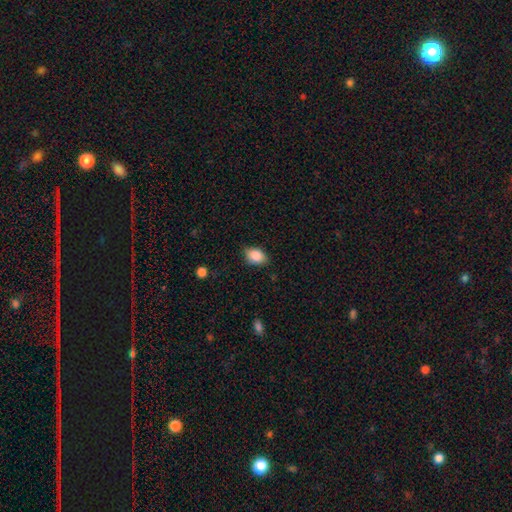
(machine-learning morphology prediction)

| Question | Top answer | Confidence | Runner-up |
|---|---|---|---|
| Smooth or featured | smooth | 86% | star or artifact (8%) |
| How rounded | in between | 81% | round (17%) |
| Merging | none | 81% | minor disturbance (15%) |